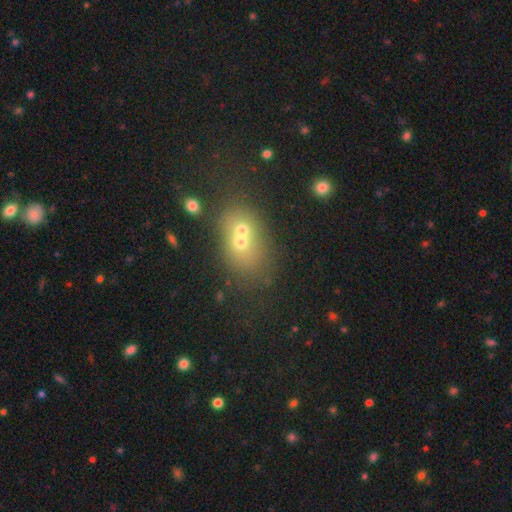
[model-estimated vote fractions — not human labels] Smooth or featured?
  - smooth: 54% *
  - featured or disk: 26%
  - star or artifact: 20%
How rounded?
  - in between: 53% *
  - round: 45%
  - cigar-shaped: 2%
Merging?
  - merger: 62% *
  - none: 27%
  - minor disturbance: 7%
  - major disturbance: 4%